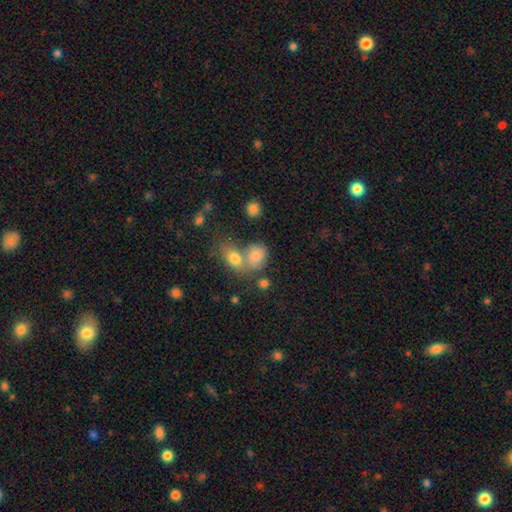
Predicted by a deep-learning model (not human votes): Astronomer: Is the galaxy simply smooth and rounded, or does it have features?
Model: smooth — 73%.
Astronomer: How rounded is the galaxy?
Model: in between — 57% (runner-up: round, 41%).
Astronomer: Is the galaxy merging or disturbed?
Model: none — 40%, tied with merger at 40%.